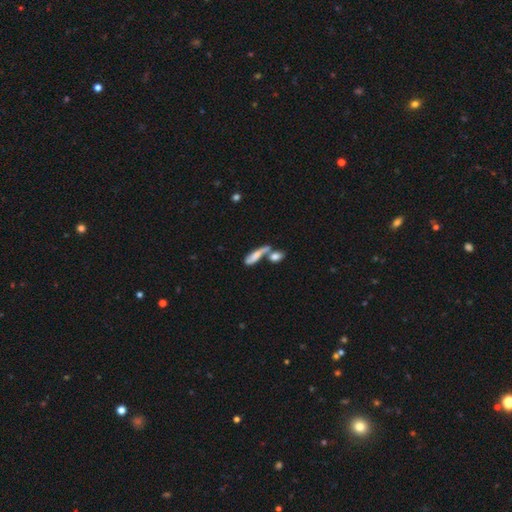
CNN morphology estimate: smooth_or_featured: smooth (p=0.56) [alt: featured or disk p=0.35]
how_rounded: cigar-shaped (p=0.49) [alt: in between p=0.46]
merging: merger (p=0.53) [alt: none p=0.26]